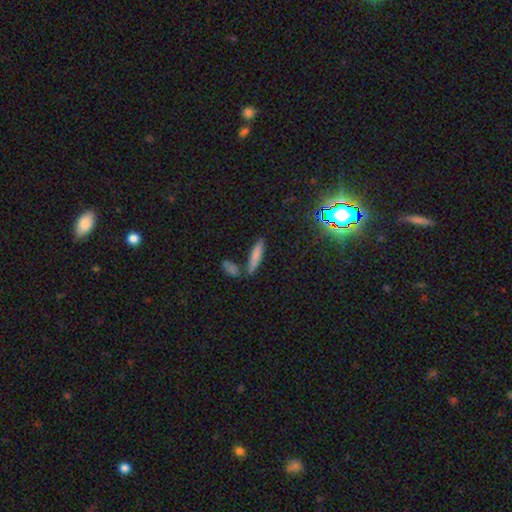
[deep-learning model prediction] This appears to be a smooth galaxy with no disk features (76%) that is cigar-shaped (78%). Merging: none (70%).